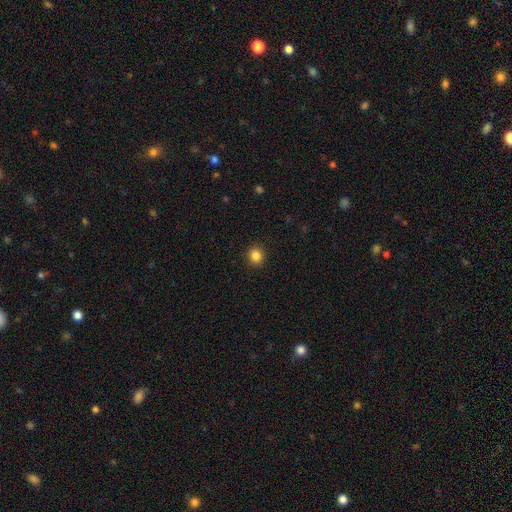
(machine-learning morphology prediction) A smooth galaxy with no disk features (85%) that is round (85%).

Vote fractions:
- Smooth or featured? smooth: 85% / star or artifact: 11% / featured or disk: 4%
- How rounded? round: 85% / in between: 14% / cigar-shaped: 1%
- Merging? none: 92% / minor disturbance: 5% / major disturbance: 2% / merger: 1%